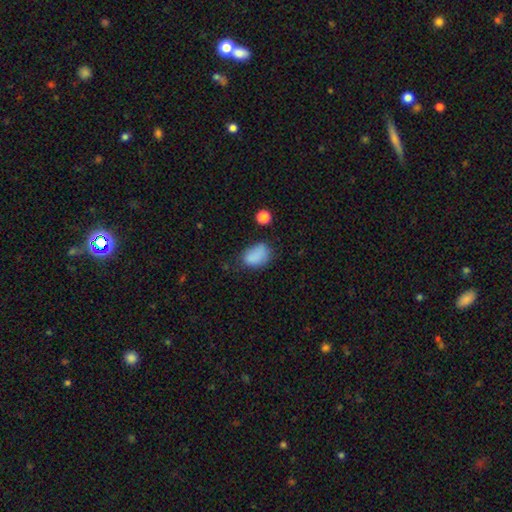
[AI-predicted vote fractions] smooth_or_featured: smooth (p=0.83) [alt: star or artifact p=0.11]
how_rounded: in between (p=0.84) [alt: round p=0.15]
merging: none (p=0.57) [alt: minor disturbance p=0.28]